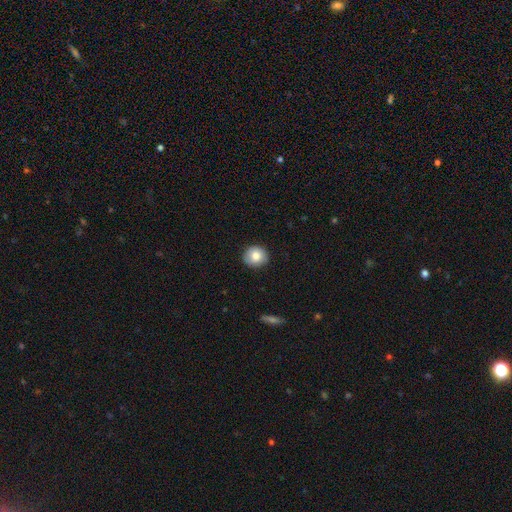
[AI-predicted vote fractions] Smooth or featured? smooth (82%)
How rounded? round (84%)
Merging? none (89%)